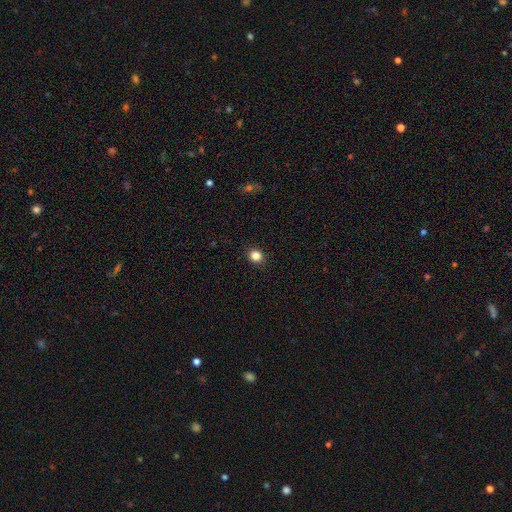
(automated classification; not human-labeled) Smooth or featured? Predicted: smooth (p=0.84). How rounded? Predicted: round (p=0.82). Merging? Predicted: none (p=0.91).